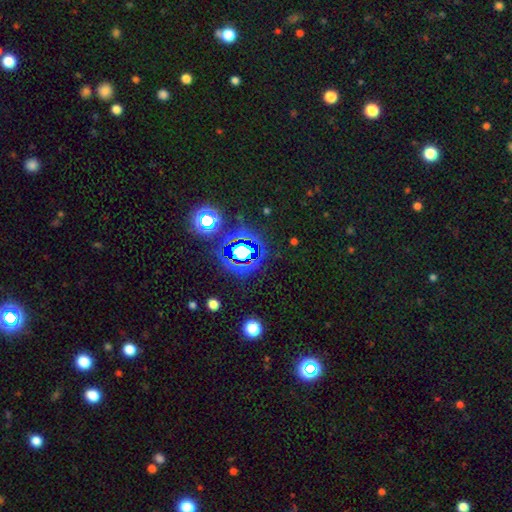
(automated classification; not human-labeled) Morphology: type=star or artifact (79%).